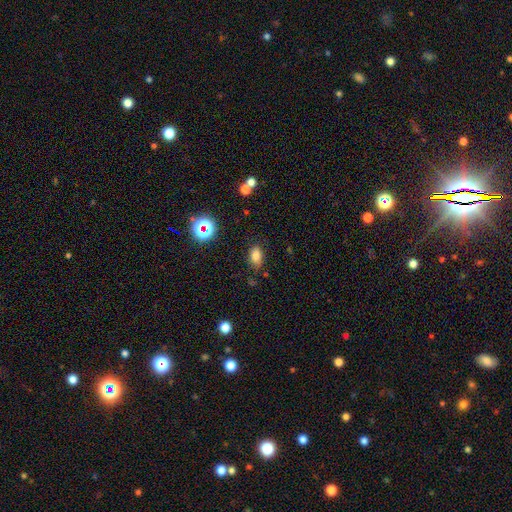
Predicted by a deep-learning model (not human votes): Smooth or featured: smooth — 78% (star or artifact — 14%)
How rounded: in between — 82% (round — 16%)
Merging: none — 77% (minor disturbance — 17%)